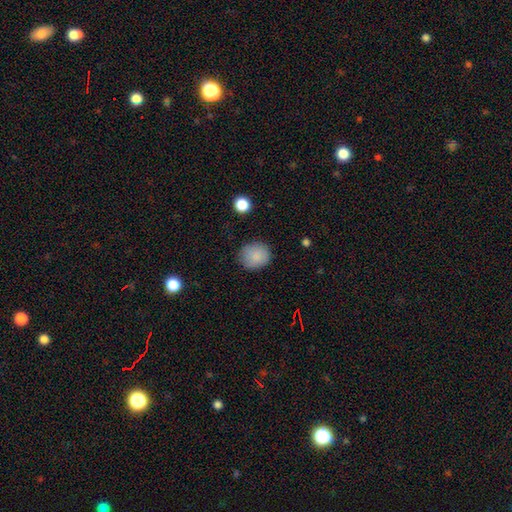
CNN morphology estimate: Smooth or featured?
  - smooth: 86% *
  - star or artifact: 8%
  - featured or disk: 5%
How rounded?
  - round: 81% *
  - in between: 18%
  - cigar-shaped: 1%
Merging?
  - none: 83% *
  - minor disturbance: 12%
  - major disturbance: 3%
  - merger: 1%